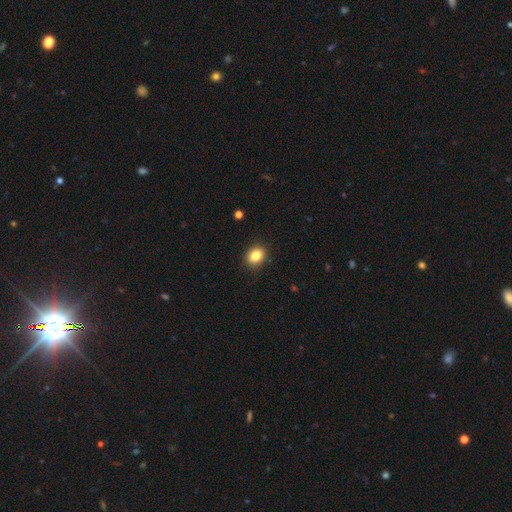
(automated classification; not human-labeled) A smooth galaxy with no disk features (85%) that is in between round and cigar-shaped (57%).

Vote fractions:
- Smooth or featured? smooth: 85% / star or artifact: 10% / featured or disk: 6%
- How rounded? in between: 57% / round: 42% / cigar-shaped: 1%
- Merging? none: 88% / minor disturbance: 9% / major disturbance: 2% / merger: 1%